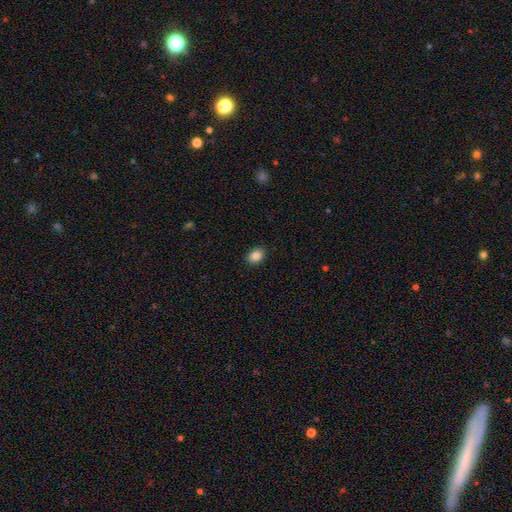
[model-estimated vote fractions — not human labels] A smooth galaxy with no disk features (87%) that is in between round and cigar-shaped (67%). Merging: none (90%).